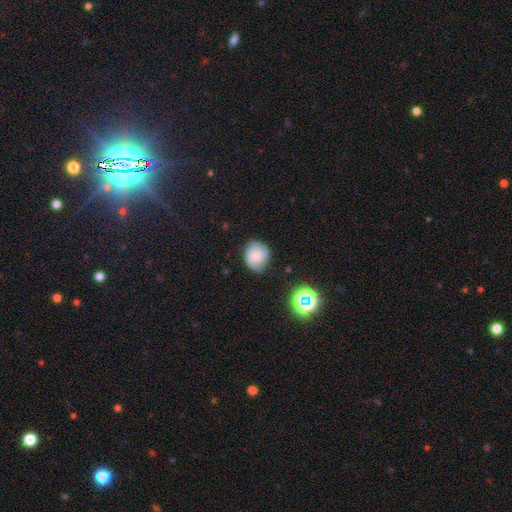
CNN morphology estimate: Q: Smooth or featured?
A: smooth (65%); runner-up: featured or disk (24%)
Q: How rounded?
A: round (73%); runner-up: in between (26%)
Q: Merging?
A: none (68%); runner-up: minor disturbance (24%)